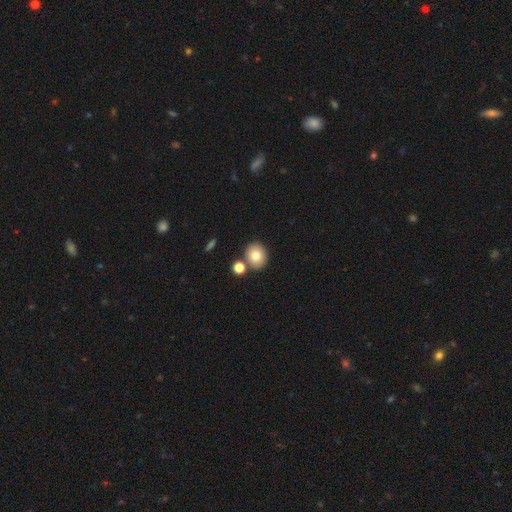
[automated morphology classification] smooth-or-featured: smooth: 78% | featured or disk: 11% | star or artifact: 10%
  how-rounded: round: 65% | in between: 34% | cigar-shaped: 1%
  merging: none: 75% | merger: 14% | minor disturbance: 9% | major disturbance: 2%